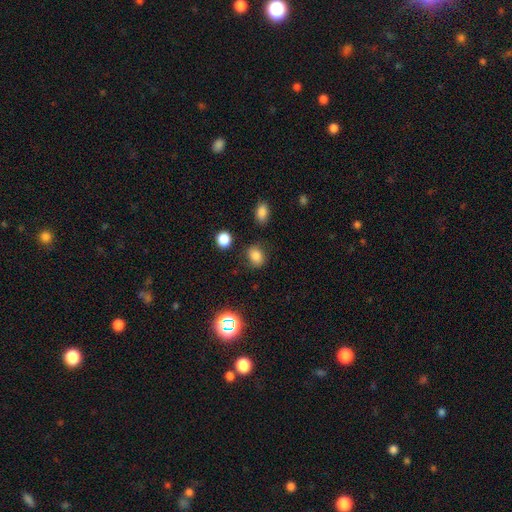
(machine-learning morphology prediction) A smooth galaxy with no disk features (81%) that is in between round and cigar-shaped (52%).

Vote fractions:
- Smooth or featured? smooth: 81% / star or artifact: 14% / featured or disk: 6%
- How rounded? in between: 52% / round: 47% / cigar-shaped: 1%
- Merging? none: 78% / minor disturbance: 14% / major disturbance: 4% / merger: 4%